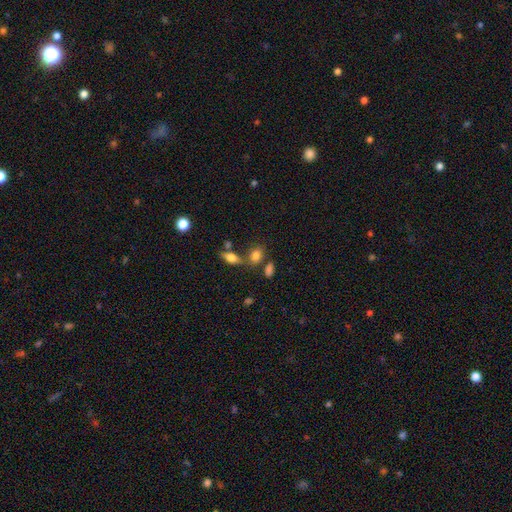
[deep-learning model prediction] Morphology: type=smooth (79%); roundness=in between (71%); merging=none (58%).